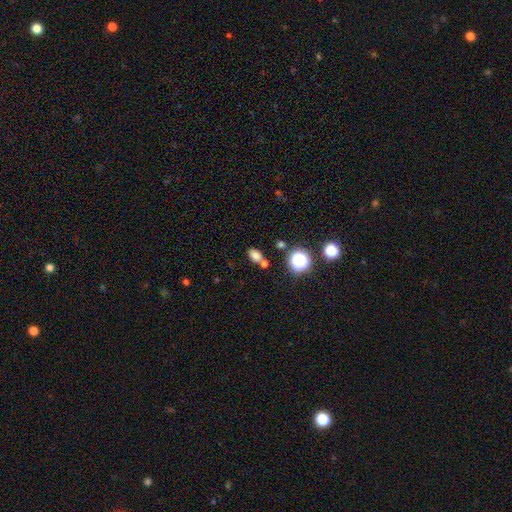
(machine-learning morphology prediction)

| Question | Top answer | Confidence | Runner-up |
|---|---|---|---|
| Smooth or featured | smooth | 74% | star or artifact (19%) |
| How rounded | in between | 79% | round (19%) |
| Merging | none | 66% | merger (17%) |